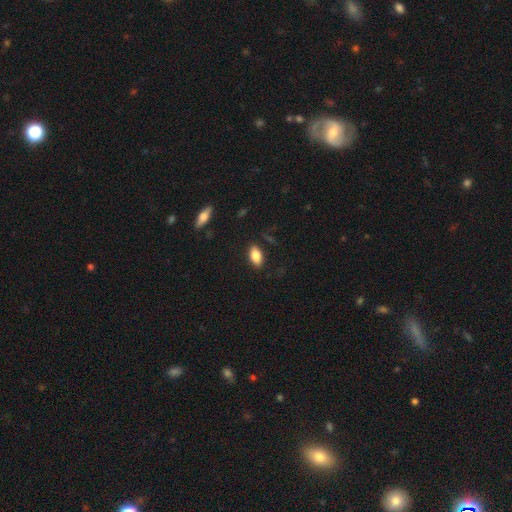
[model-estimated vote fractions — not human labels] Smooth or featured? Predicted: smooth (p=0.80). How rounded? Predicted: in between (p=0.89). Merging? Predicted: none (p=0.86).